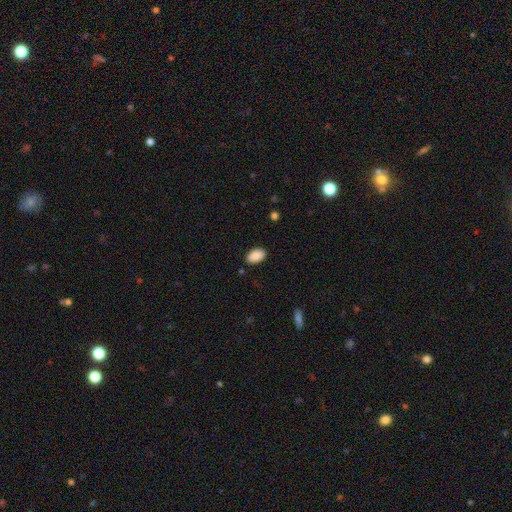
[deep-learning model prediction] Smooth or featured?
  - smooth: 90% *
  - star or artifact: 7%
  - featured or disk: 3%
How rounded?
  - in between: 93% *
  - round: 6%
  - cigar-shaped: 1%
Merging?
  - none: 87% *
  - minor disturbance: 9%
  - major disturbance: 2%
  - merger: 1%